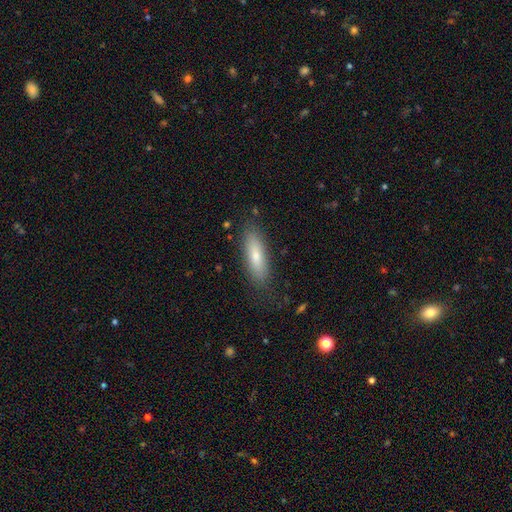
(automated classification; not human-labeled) A smooth galaxy with no disk features (71%) that is cigar-shaped (54%). Merging: none (82%).